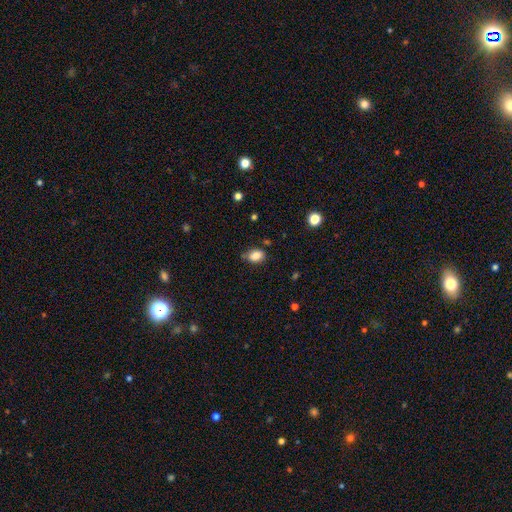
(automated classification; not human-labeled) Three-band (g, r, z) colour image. It shows a smooth galaxy with no disk features (86%) that is in between round and cigar-shaped (80%). Merging: none (68%).